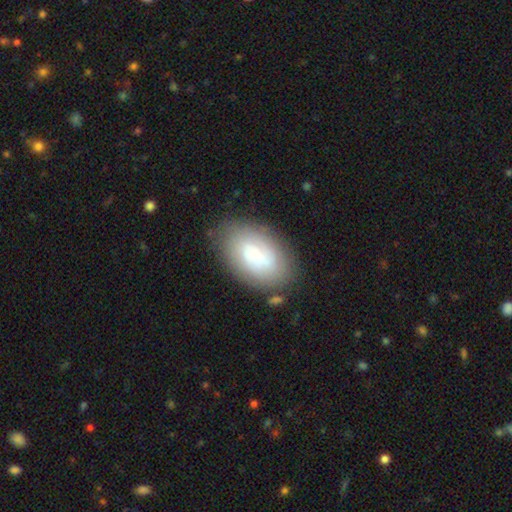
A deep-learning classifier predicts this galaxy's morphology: A smooth galaxy with no disk features (56%) that is in between round and cigar-shaped (89%). Merging: none (78%).